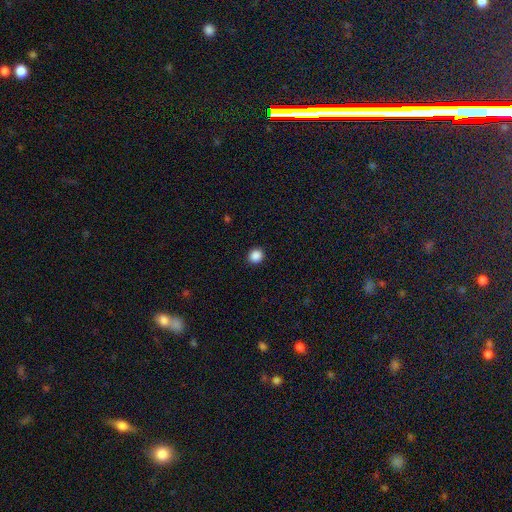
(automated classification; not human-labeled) This is clearly a smooth galaxy (88%). How rounded: clearly round (85%). Merging: clearly none (92%).